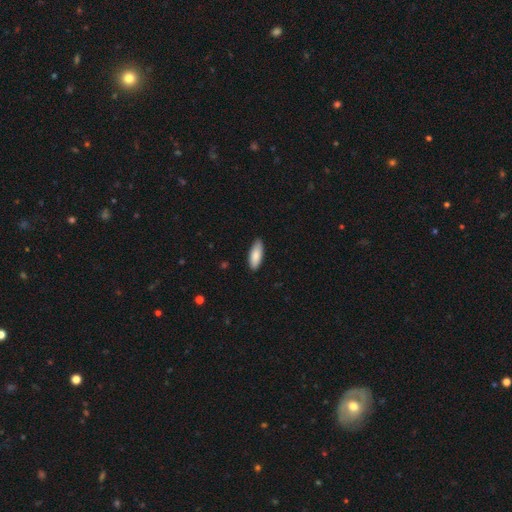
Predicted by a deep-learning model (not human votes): smooth_or_featured: smooth (p=0.86) [alt: featured or disk p=0.08]
how_rounded: in between (p=0.67) [alt: cigar-shaped p=0.31]
merging: none (p=0.86) [alt: minor disturbance p=0.11]